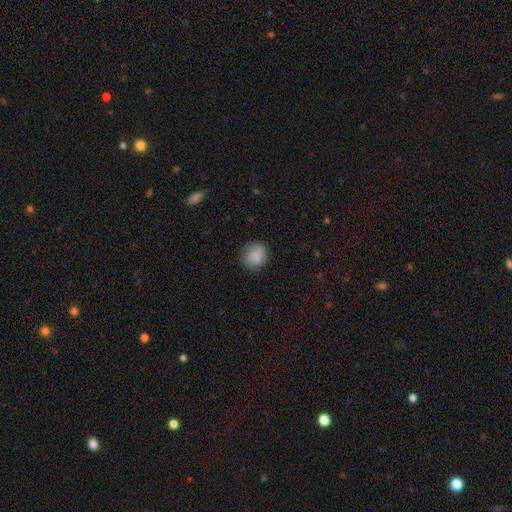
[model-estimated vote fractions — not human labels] This appears to be a smooth galaxy with no disk features (82%) that is round (78%). Merging: none (78%).